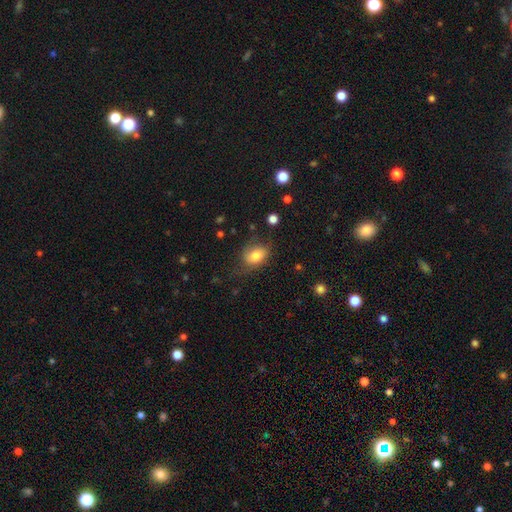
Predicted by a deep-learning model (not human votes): Smooth or featured? Predicted: smooth (p=0.78). How rounded? Predicted: in between (p=0.69). Merging? Predicted: none (p=0.60).